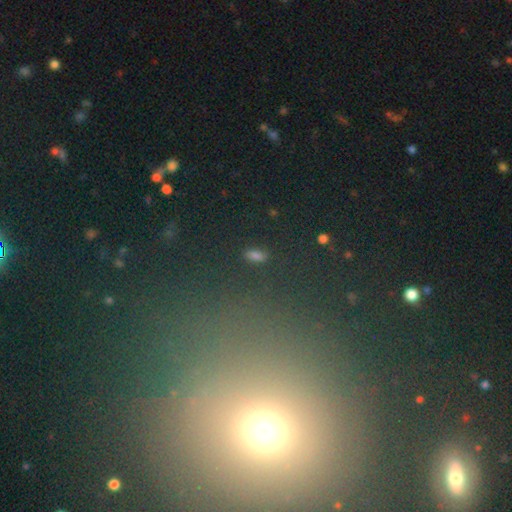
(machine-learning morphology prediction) smooth_or_featured: smooth (p=0.71) [alt: star or artifact p=0.21]
how_rounded: in between (p=0.84) [alt: cigar-shaped p=0.09]
merging: none (p=0.84) [alt: minor disturbance p=0.09]